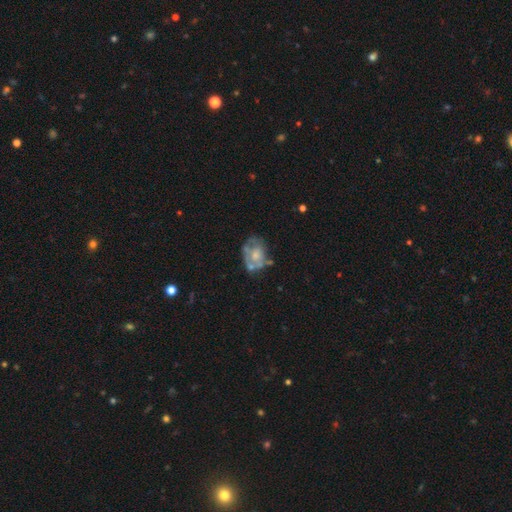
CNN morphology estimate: Smooth or featured? Predicted: featured or disk (p=0.59). Edge-on disk? Predicted: no (p=0.97). Bar? Predicted: no (p=0.88). Spiral arms? Predicted: no (p=0.73). Bulge size? Predicted: moderate (p=0.45). Merging? Predicted: none (p=0.45).